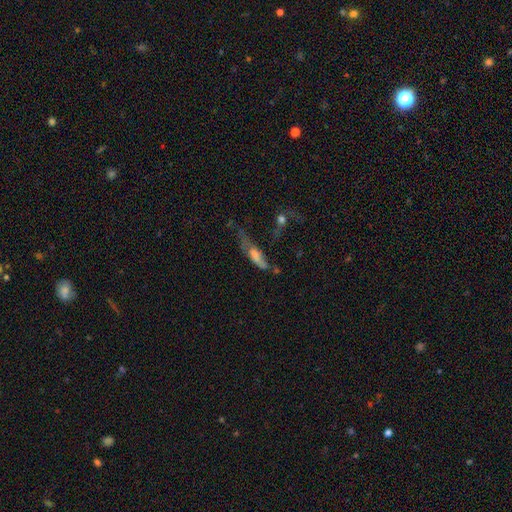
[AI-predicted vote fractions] This appears to be a smooth galaxy with no disk features (60%) that is cigar-shaped (51%). Merging: major disturbance (35%).